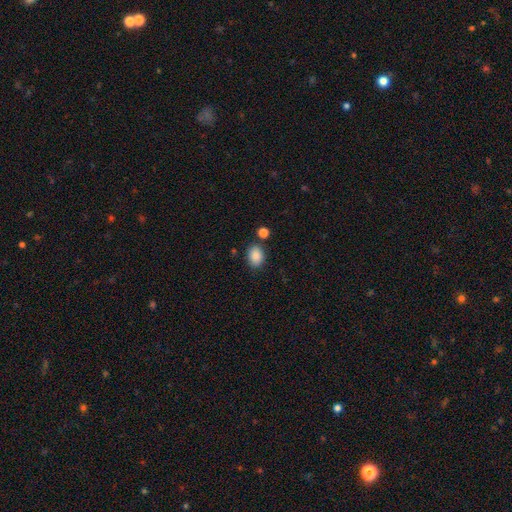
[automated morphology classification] Q: Smooth or featured?
A: smooth (87%); runner-up: star or artifact (8%)
Q: How rounded?
A: in between (71%); runner-up: round (28%)
Q: Merging?
A: none (78%); runner-up: minor disturbance (13%)